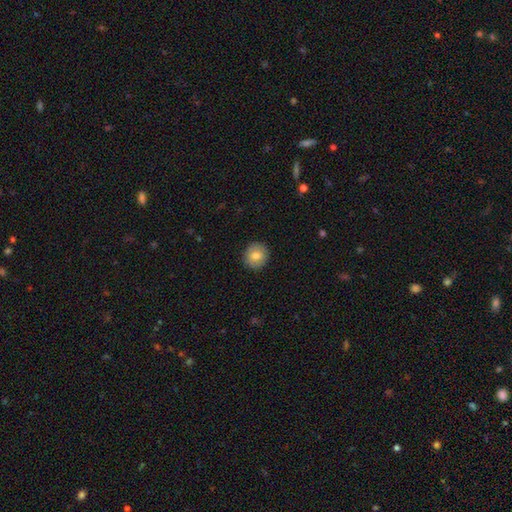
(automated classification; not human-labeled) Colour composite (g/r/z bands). It shows a smooth galaxy with no disk features (78%) that is round (90%). Merging: none (91%).